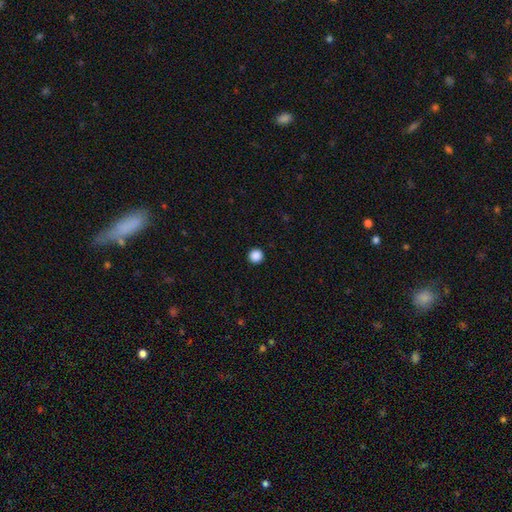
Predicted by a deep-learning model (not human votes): The model was most divided on "smooth or featured": smooth: 88%, star or artifact: 10%, featured or disk: 2%. More confident: how rounded — round (96%); merging — none (94%).